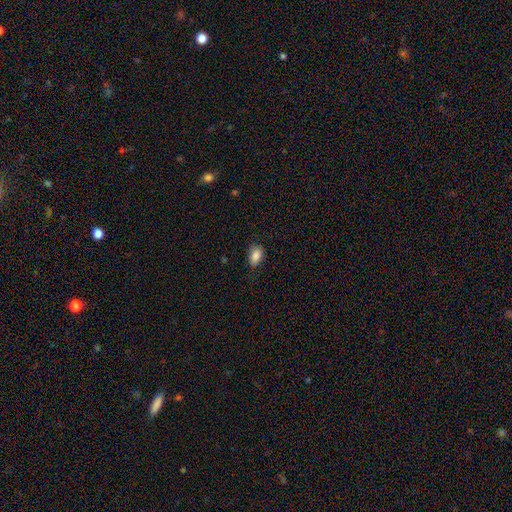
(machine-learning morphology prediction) A smooth galaxy with no disk features (86%) that is in between round and cigar-shaped (86%).

Vote fractions:
- Smooth or featured? smooth: 86% / star or artifact: 8% / featured or disk: 6%
- How rounded? in between: 86% / round: 13% / cigar-shaped: 2%
- Merging? none: 77% / minor disturbance: 18% / major disturbance: 3% / merger: 1%